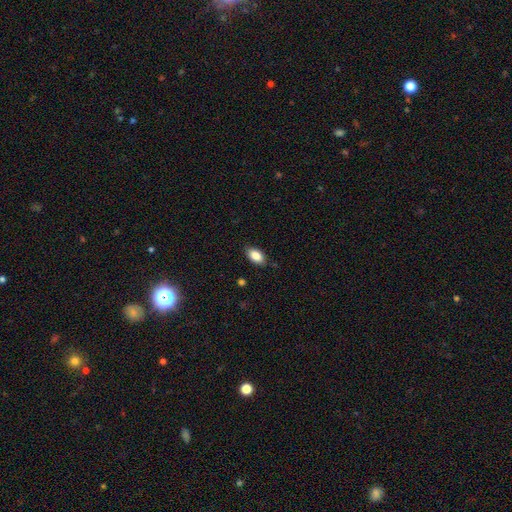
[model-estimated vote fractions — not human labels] smooth-or-featured: smooth: 87% | star or artifact: 8% | featured or disk: 6%
  how-rounded: in between: 92% | round: 6% | cigar-shaped: 2%
  merging: none: 84% | minor disturbance: 12% | major disturbance: 2% | merger: 1%